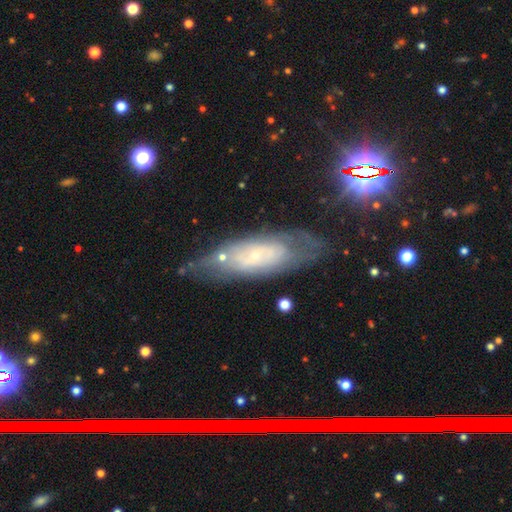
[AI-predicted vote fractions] A featured or disk galaxy (66%) with no bar (70%), spiral arms (64%) and a small central bulge (81%).

Vote fractions:
- Smooth or featured? featured or disk: 66% / smooth: 24% / star or artifact: 10%
- Edge-on disk? no: 82% / yes: 18%
- Bar? no: 70% / weak: 24% / strong: 7%
- Spiral arms? yes: 64% / no: 36%
- Bulge size? small: 81% / moderate: 12% / none: 5% / large: 2% / dominant: 1%
- Merging? none: 64% / minor disturbance: 21% / major disturbance: 10% / merger: 5%